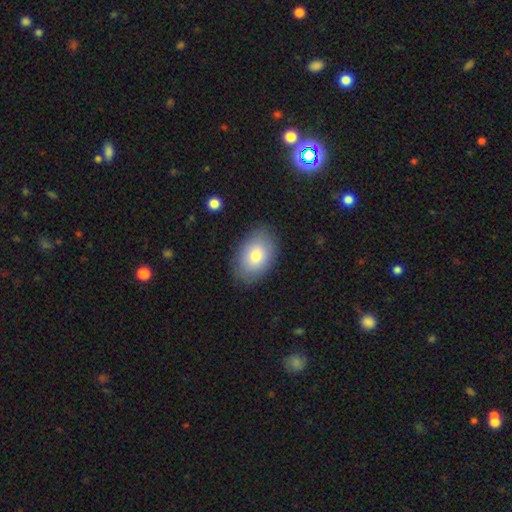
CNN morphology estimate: type=smooth (78%); roundness=in between (87%); merging=none (85%).